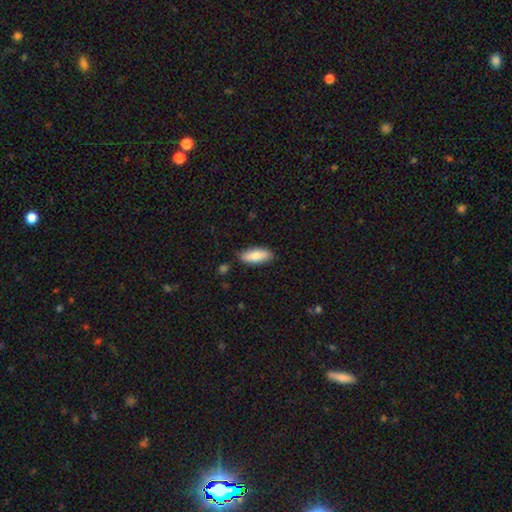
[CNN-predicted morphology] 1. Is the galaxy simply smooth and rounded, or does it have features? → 81% smooth, 13% featured or disk, 6% star or artifact.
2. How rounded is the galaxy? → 75% in between, 23% cigar-shaped, 2% round.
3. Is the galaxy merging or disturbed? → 84% none, 12% minor disturbance, 2% major disturbance, 2% merger.